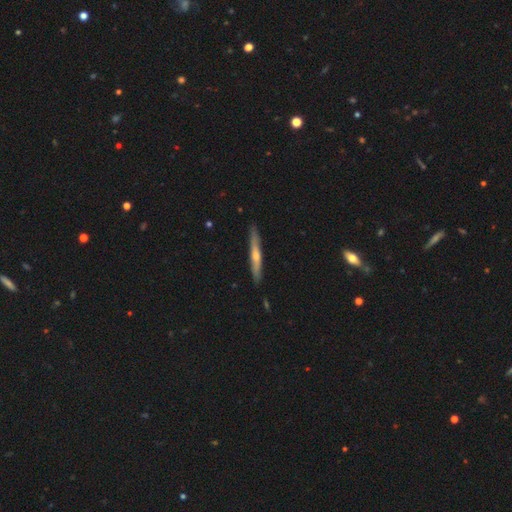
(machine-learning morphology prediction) Q: Smooth or featured?
A: featured or disk (56%); runner-up: smooth (39%)
Q: Edge-on disk?
A: yes (94%); runner-up: no (6%)
Q: Edge-on bulge?
A: rounded (71%); runner-up: none (25%)
Q: Merging?
A: none (88%); runner-up: minor disturbance (10%)